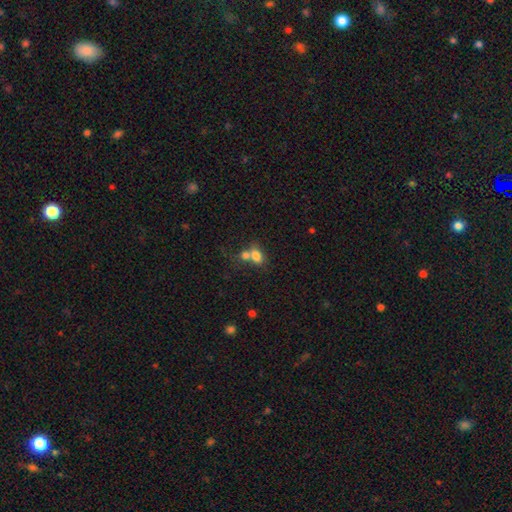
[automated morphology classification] Smooth or featured?
  - smooth: 78% *
  - featured or disk: 11%
  - star or artifact: 11%
How rounded?
  - in between: 67% *
  - round: 31%
  - cigar-shaped: 2%
Merging?
  - merger: 54% *
  - none: 31%
  - minor disturbance: 9%
  - major disturbance: 5%